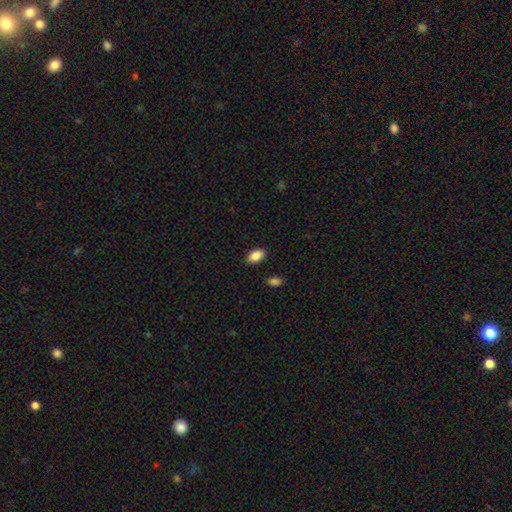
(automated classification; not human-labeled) Smooth or featured? smooth (87%)
How rounded? in between (92%)
Merging? none (87%)